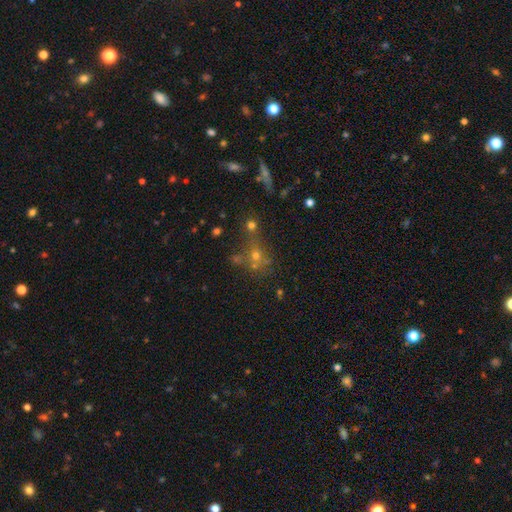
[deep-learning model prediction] star or artifact 42%, smooth 41%, featured or disk 18%.